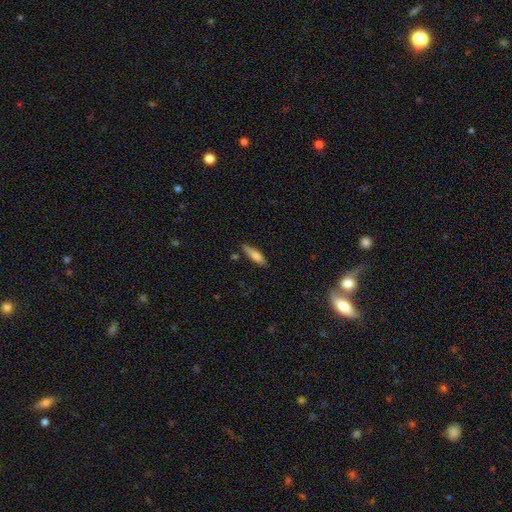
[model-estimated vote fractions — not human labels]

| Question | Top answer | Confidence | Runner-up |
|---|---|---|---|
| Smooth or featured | smooth | 69% | featured or disk (24%) |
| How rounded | cigar-shaped | 67% | in between (31%) |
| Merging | none | 76% | minor disturbance (18%) |